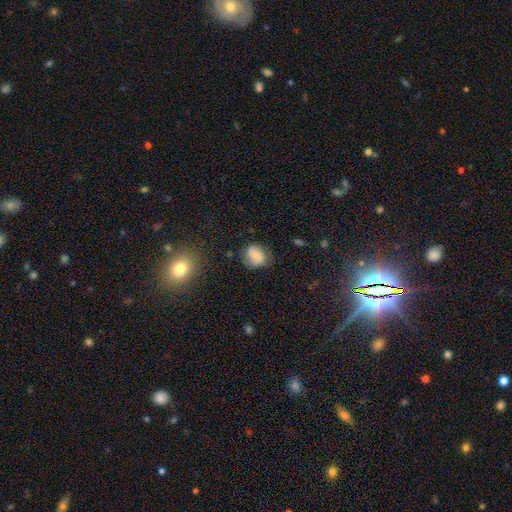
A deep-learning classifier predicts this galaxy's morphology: This is likely a smooth galaxy (70%). How rounded: possibly round (59%). Merging: likely none (65%).